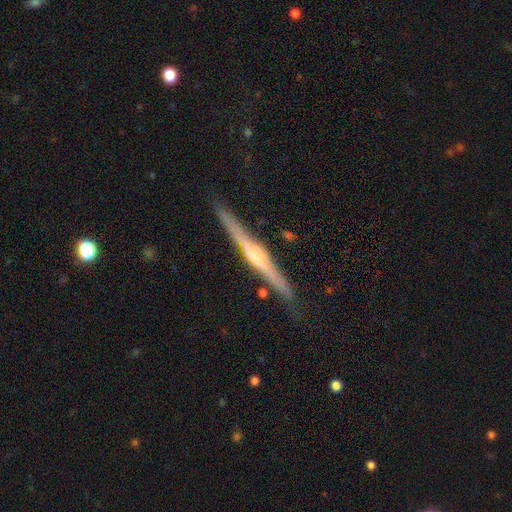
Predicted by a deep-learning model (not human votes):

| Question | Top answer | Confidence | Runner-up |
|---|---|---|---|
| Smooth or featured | featured or disk | 81% | smooth (13%) |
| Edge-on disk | yes | 98% | no (2%) |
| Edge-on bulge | rounded | 77% | boxy (12%) |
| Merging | none | 87% | minor disturbance (9%) |